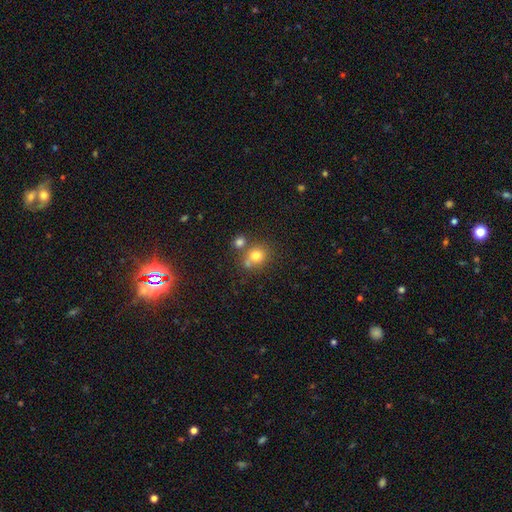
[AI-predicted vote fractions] The model was most divided on "merging": none: 57%, merger: 29%, minor disturbance: 10%, major disturbance: 4%. More confident: how rounded — round (81%); smooth or featured — smooth (76%).